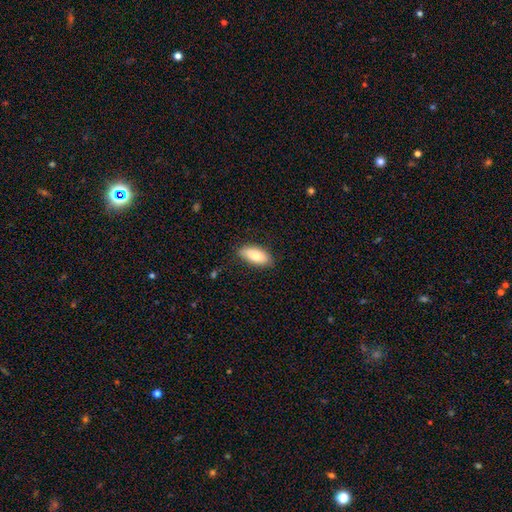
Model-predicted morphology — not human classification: smooth-or-featured: smooth: 80% | featured or disk: 13% | star or artifact: 6%
  how-rounded: in between: 85% | cigar-shaped: 13% | round: 2%
  merging: none: 81% | minor disturbance: 15% | major disturbance: 3% | merger: 1%